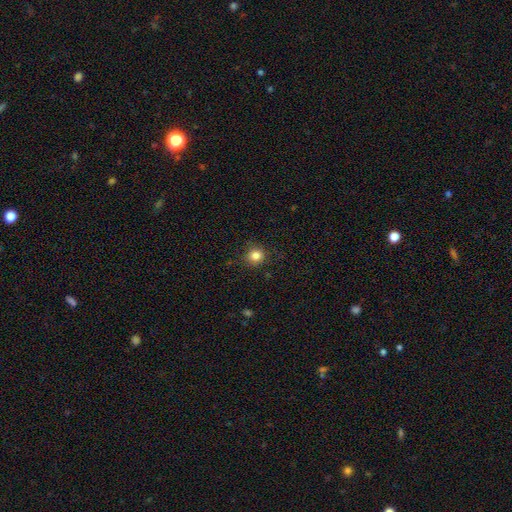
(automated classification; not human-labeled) Smooth or featured? smooth (83%)
How rounded? round (87%)
Merging? none (85%)